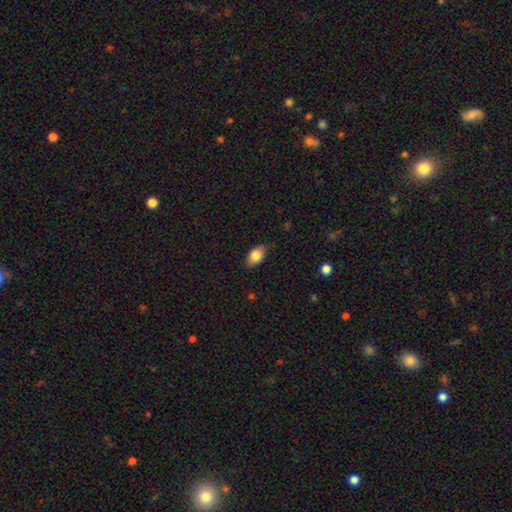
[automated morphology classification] A smooth galaxy with no disk features (79%) that is in between round and cigar-shaped (88%). Merging: none (81%).